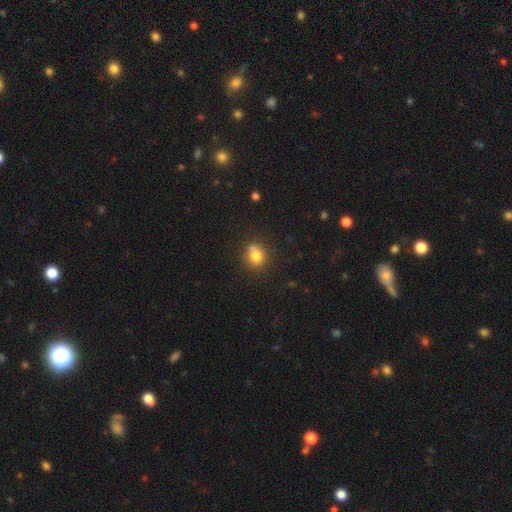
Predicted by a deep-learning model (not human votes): This appears to be a smooth galaxy with no disk features (79%) that is round (65%). Merging: none (58%).